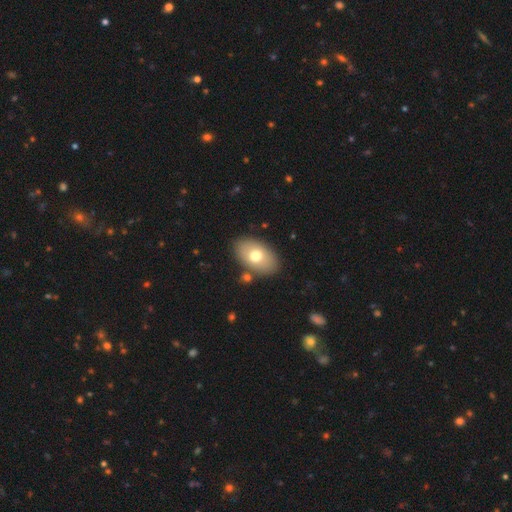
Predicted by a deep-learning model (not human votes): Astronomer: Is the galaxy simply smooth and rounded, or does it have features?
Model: smooth — 70%.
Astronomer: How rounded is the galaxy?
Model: in between — 90%.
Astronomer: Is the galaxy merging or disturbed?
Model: none — 83%.